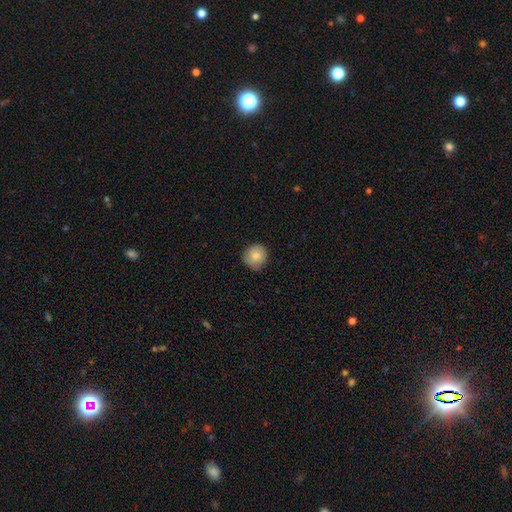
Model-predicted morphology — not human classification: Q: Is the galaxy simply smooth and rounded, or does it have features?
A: smooth — 83%.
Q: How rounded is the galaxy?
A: round — 91%.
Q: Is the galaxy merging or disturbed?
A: none — 82%.